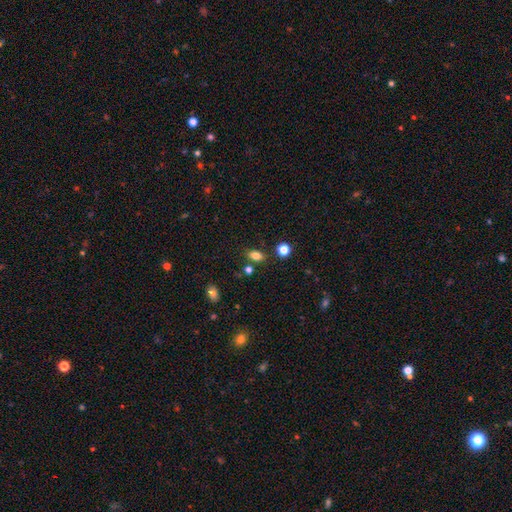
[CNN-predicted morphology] smooth 80%, star or artifact 11%, featured or disk 9%. Down the decision tree: how rounded — in between (80%); merging — none (78%).